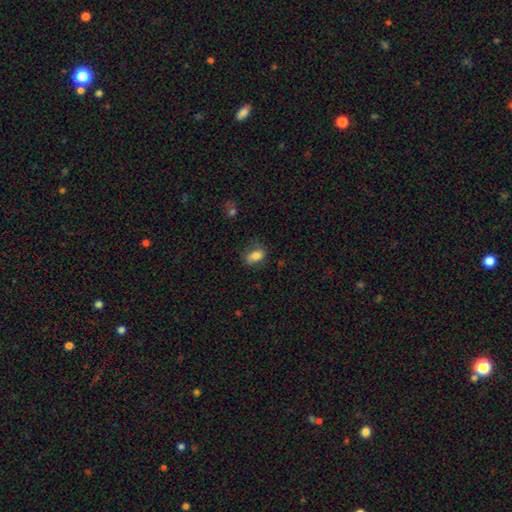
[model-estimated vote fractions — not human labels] smooth_or_featured: smooth (p=0.80) [alt: featured or disk p=0.11]
how_rounded: in between (p=0.86) [alt: round p=0.09]
merging: none (p=0.65) [alt: minor disturbance p=0.24]